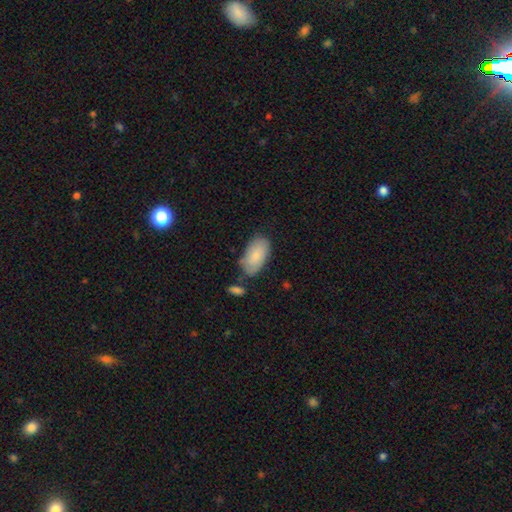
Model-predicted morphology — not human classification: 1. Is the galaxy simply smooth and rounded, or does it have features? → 81% smooth, 13% featured or disk, 6% star or artifact.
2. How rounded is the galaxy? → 95% in between, 3% round, 3% cigar-shaped.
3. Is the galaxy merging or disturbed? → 67% none, 21% minor disturbance, 7% merger, 5% major disturbance.